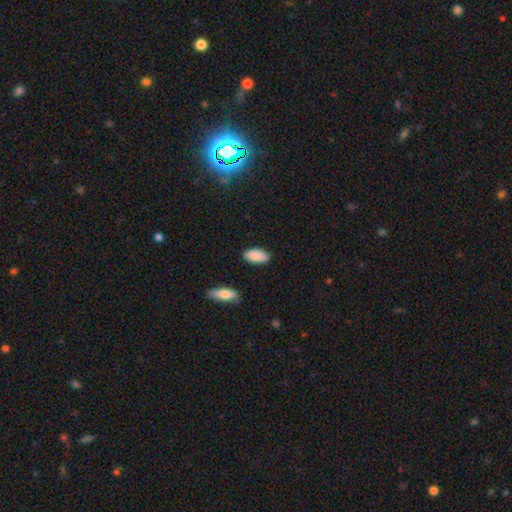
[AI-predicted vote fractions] Smooth or featured? smooth (89%)
How rounded? in between (93%)
Merging? none (84%)